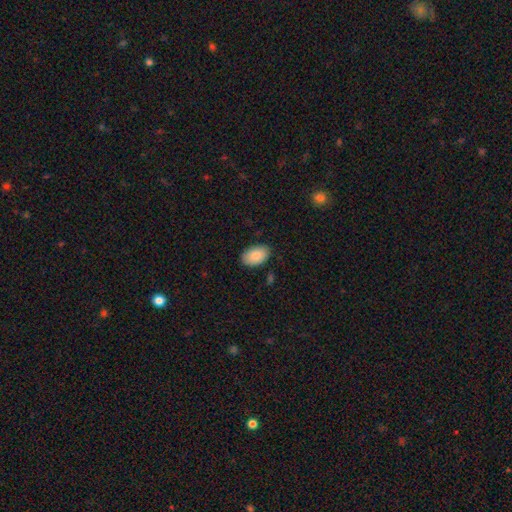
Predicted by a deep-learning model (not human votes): Smooth or featured: smooth — 88% (featured or disk — 6%)
How rounded: in between — 93% (round — 6%)
Merging: none — 84% (minor disturbance — 12%)